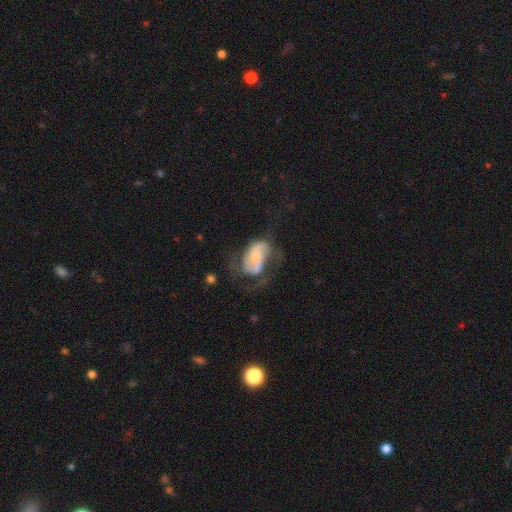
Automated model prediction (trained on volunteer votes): Smooth or featured? featured or disk (65%)
Edge-on disk? no (97%)
Bar? no (54%)
Spiral arms? yes (75%)
Bulge size? small (47%)
Merging? major disturbance (39%)